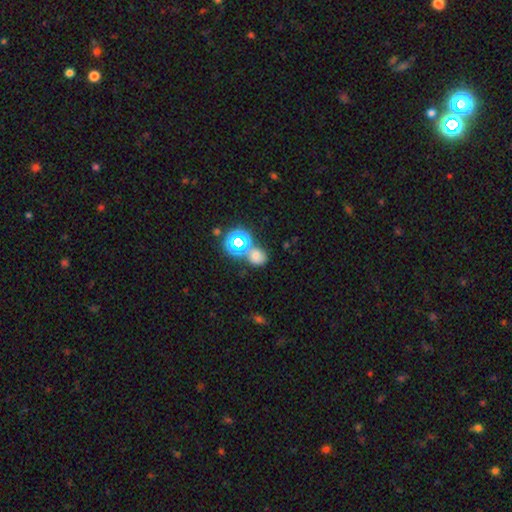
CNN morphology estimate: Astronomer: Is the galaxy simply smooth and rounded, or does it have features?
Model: smooth — 59%.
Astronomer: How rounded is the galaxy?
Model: round — 71%.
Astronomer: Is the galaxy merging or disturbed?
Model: none — 59%.